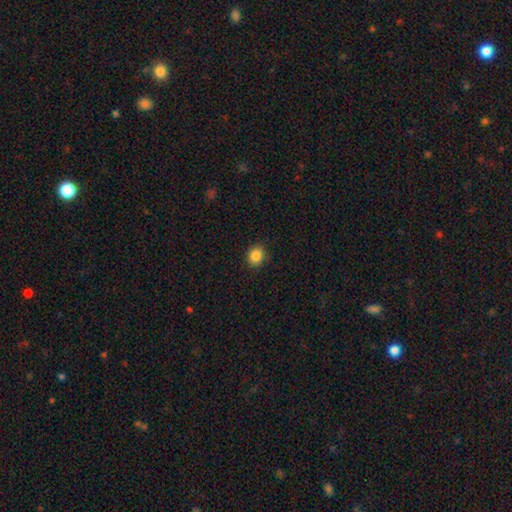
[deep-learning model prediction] A smooth galaxy with no disk features (86%) that is round (76%). Merging: none (89%).